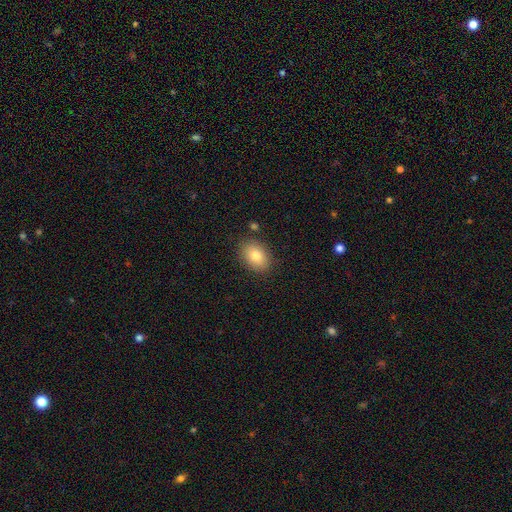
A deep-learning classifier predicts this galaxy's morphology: This appears to be a smooth galaxy with no disk features (81%) that is in between round and cigar-shaped (80%). Merging: none (85%).